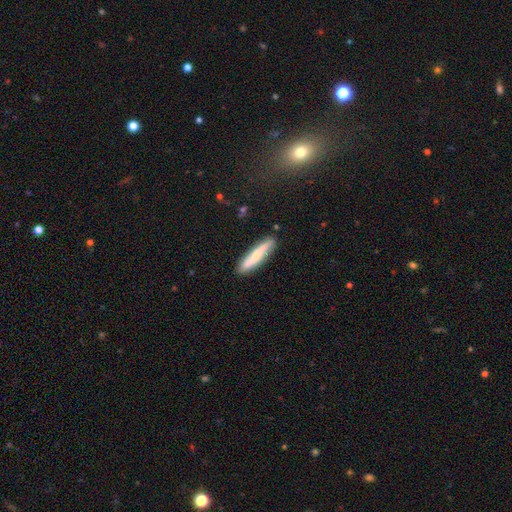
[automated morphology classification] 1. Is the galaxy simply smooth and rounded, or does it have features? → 66% smooth, 28% featured or disk, 6% star or artifact.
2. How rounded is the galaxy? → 86% cigar-shaped, 13% in between, 2% round.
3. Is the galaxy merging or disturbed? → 84% none, 12% minor disturbance, 2% major disturbance, 2% merger.